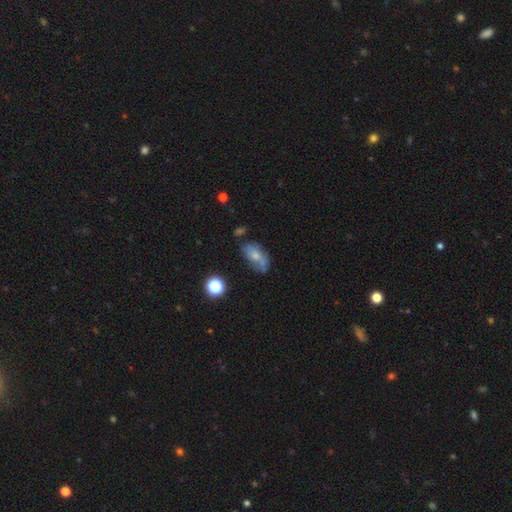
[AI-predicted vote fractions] Morphology: type=smooth (54%); roundness=in between (86%); merging=none (45%).